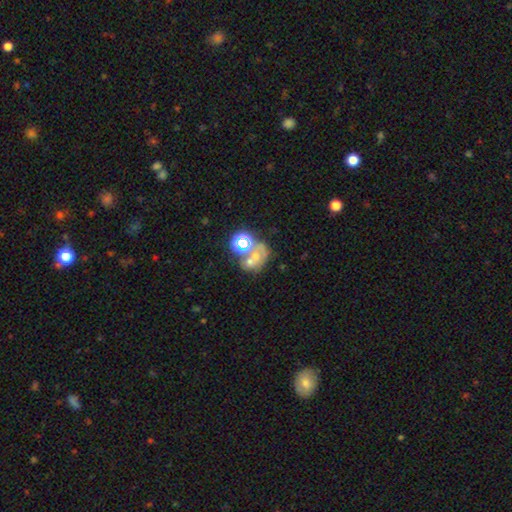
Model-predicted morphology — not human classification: A featured or disk galaxy (35%, tied with smooth). Merging: merger (37%).